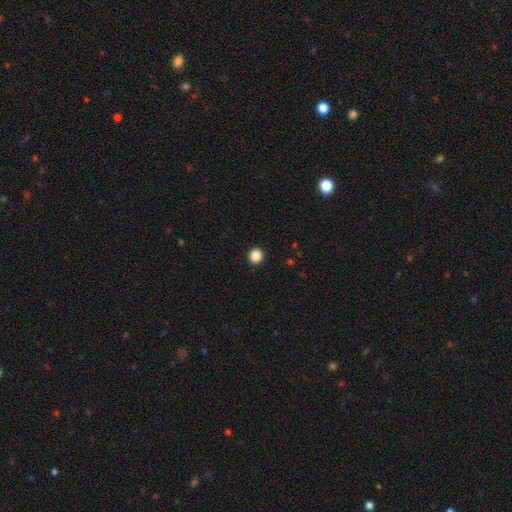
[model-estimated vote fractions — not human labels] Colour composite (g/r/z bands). It shows a smooth galaxy with no disk features (87%) that is round (89%). Merging: none (93%).